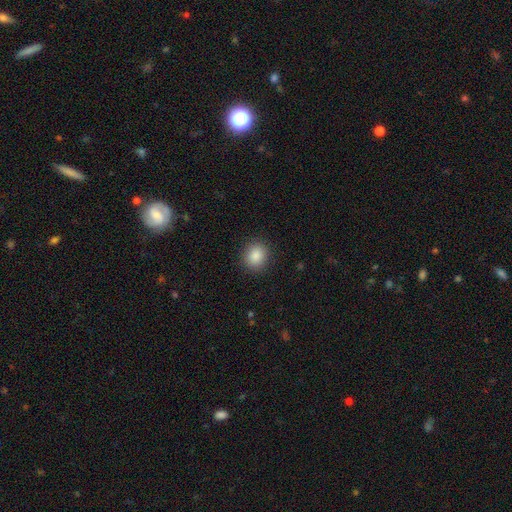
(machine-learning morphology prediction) Smooth or featured? smooth (87%)
How rounded? round (75%)
Merging? none (89%)